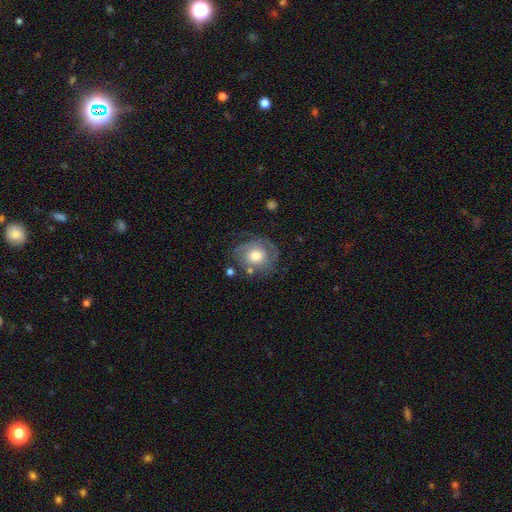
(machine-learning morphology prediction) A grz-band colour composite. It shows a smooth galaxy with no disk features (54%) that is round (77%). Merging: none (61%).